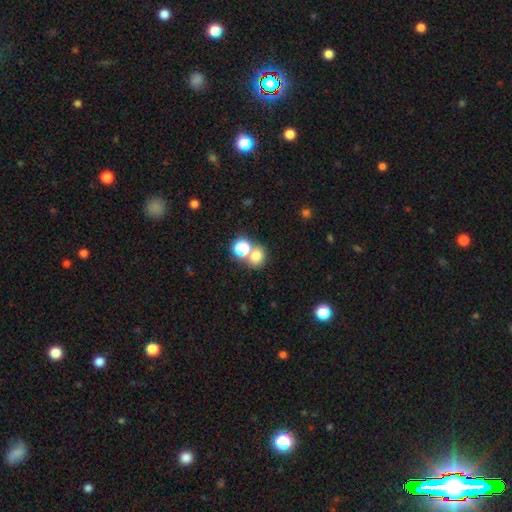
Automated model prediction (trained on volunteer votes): The model was most divided on "merging": none: 54%, merger: 34%, minor disturbance: 8%, major disturbance: 4%. More confident: how rounded — round (73%); smooth or featured — smooth (70%).